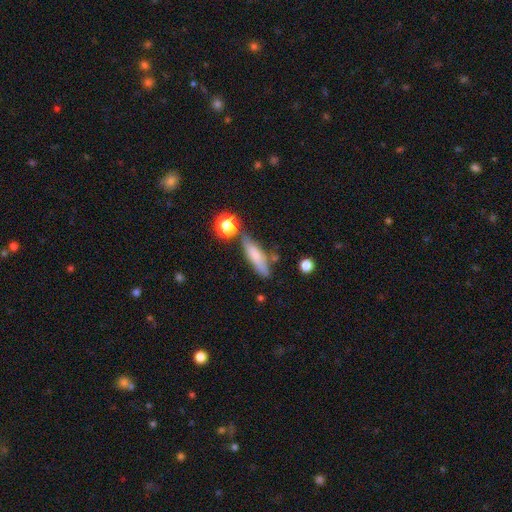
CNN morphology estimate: Smooth or featured?
  - smooth: 69% *
  - featured or disk: 22%
  - star or artifact: 8%
How rounded?
  - cigar-shaped: 65% *
  - in between: 32%
  - round: 3%
Merging?
  - none: 67% *
  - minor disturbance: 18%
  - merger: 10%
  - major disturbance: 5%